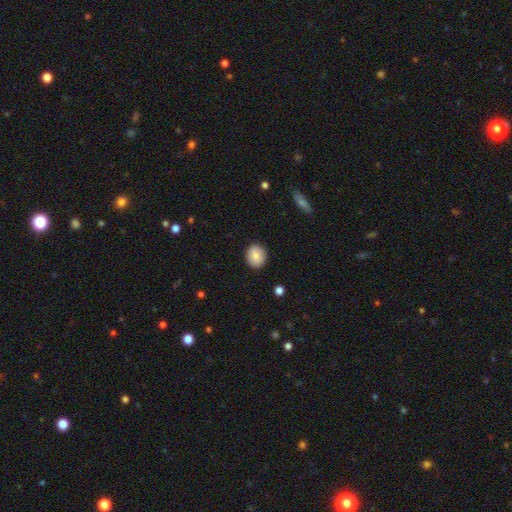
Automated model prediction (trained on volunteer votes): Smooth or featured: smooth — 84% (featured or disk — 8%)
How rounded: round — 72% (in between — 27%)
Merging: none — 90% (minor disturbance — 7%)